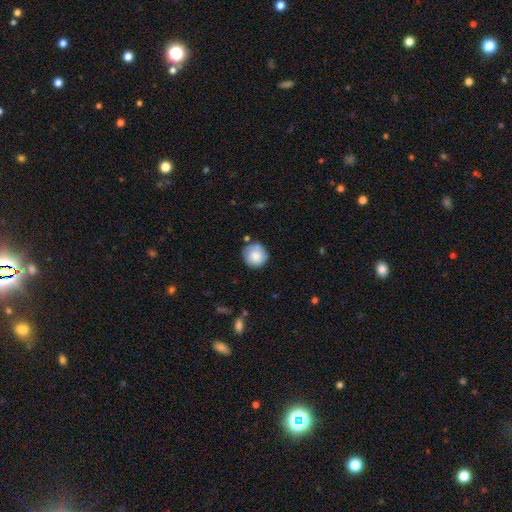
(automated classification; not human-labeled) Morphology: type=smooth (80%); roundness=round (93%); merging=none (77%).